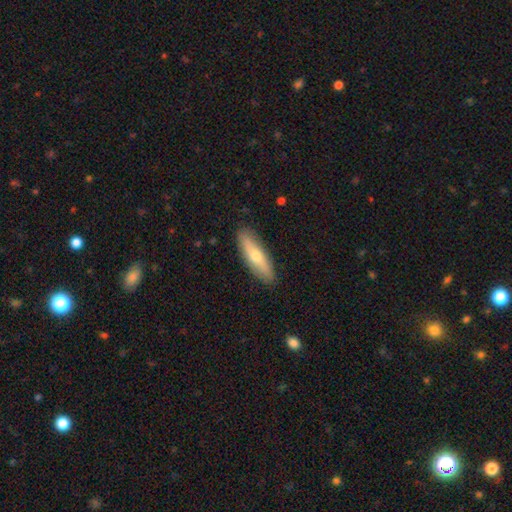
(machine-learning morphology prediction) A smooth galaxy with no disk features (56%) that is cigar-shaped (62%).

Vote fractions:
- Smooth or featured? smooth: 56% / featured or disk: 39% / star or artifact: 6%
- How rounded? cigar-shaped: 62% / in between: 35% / round: 2%
- Merging? none: 89% / minor disturbance: 9% / major disturbance: 2% / merger: 1%